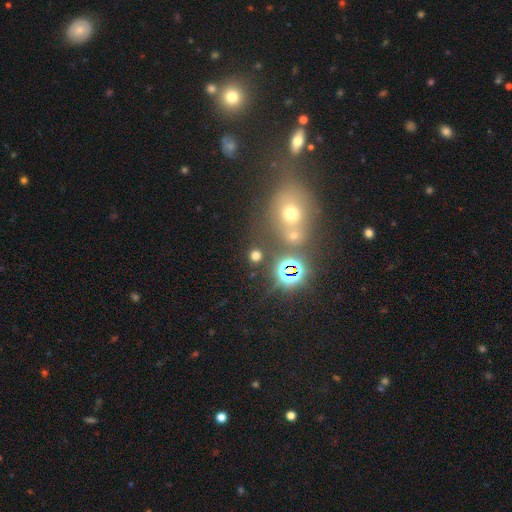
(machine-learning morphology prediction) Smooth or featured?
  - smooth: 54% *
  - star or artifact: 38%
  - featured or disk: 8%
How rounded?
  - round: 80% *
  - in between: 18%
  - cigar-shaped: 2%
Merging?
  - none: 78% *
  - merger: 10%
  - minor disturbance: 8%
  - major disturbance: 4%